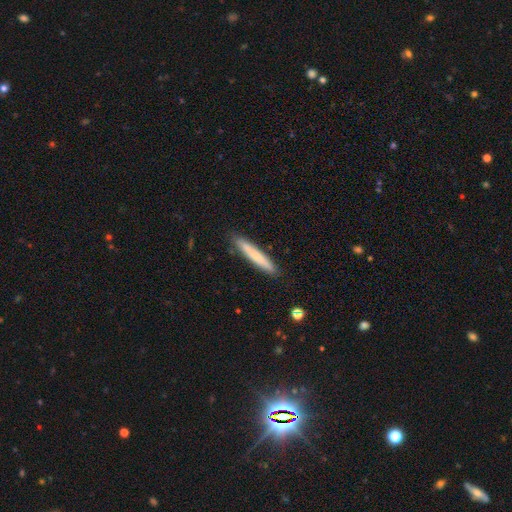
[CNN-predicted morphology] Smooth or featured? smooth (75%)
How rounded? cigar-shaped (94%)
Merging? none (89%)